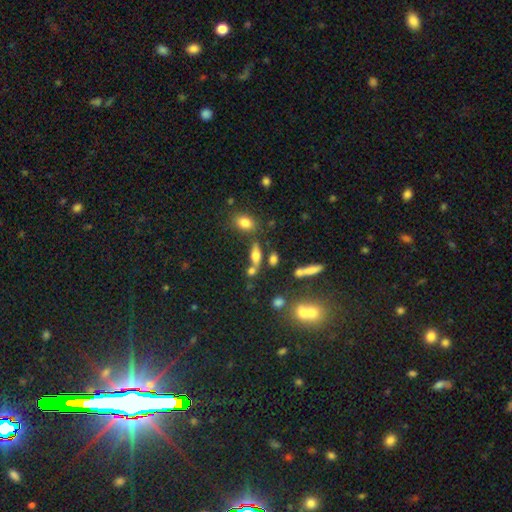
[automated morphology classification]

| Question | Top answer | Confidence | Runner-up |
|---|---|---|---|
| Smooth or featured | smooth | 59% | featured or disk (27%) |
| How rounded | in between | 55% | cigar-shaped (37%) |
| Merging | none | 56% | merger (24%) |